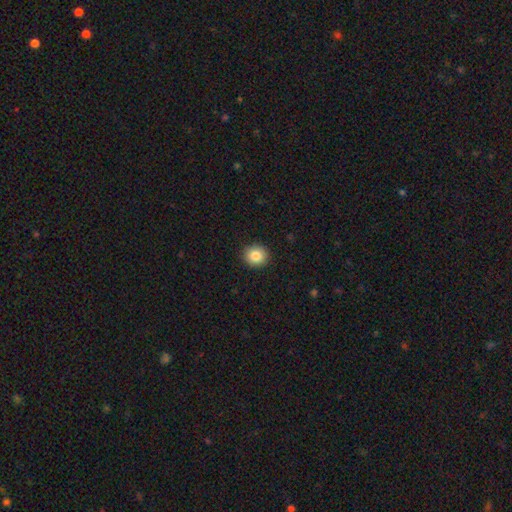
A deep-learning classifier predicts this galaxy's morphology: smooth 85%, star or artifact 9%, featured or disk 6%. Down the decision tree: how rounded — round (85%); merging — none (91%).